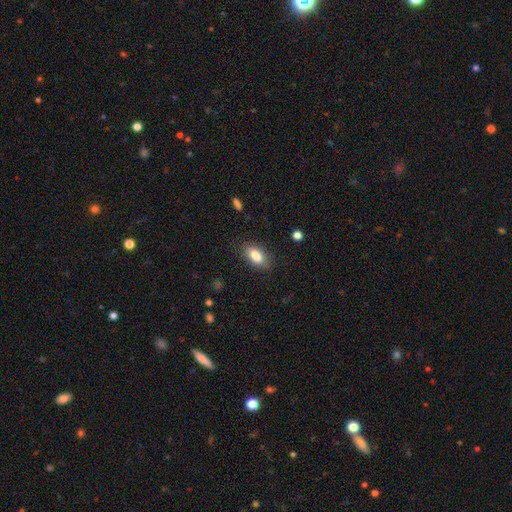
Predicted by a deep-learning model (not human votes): smooth-or-featured: smooth: 85% | featured or disk: 8% | star or artifact: 7%
  how-rounded: in between: 90% | cigar-shaped: 6% | round: 4%
  merging: none: 82% | minor disturbance: 13% | major disturbance: 4% | merger: 1%